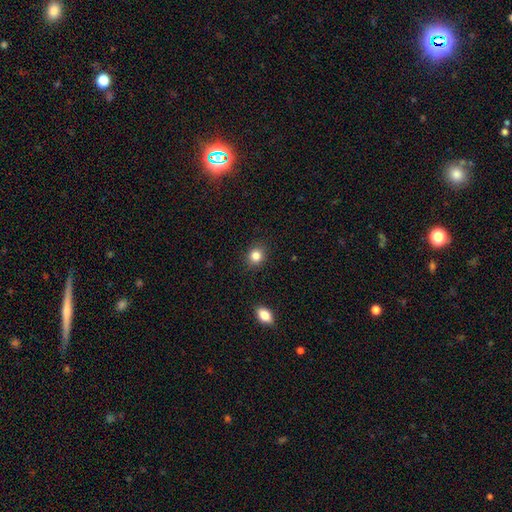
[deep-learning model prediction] Morphology: type=smooth (84%); roundness=round (81%); merging=none (90%).